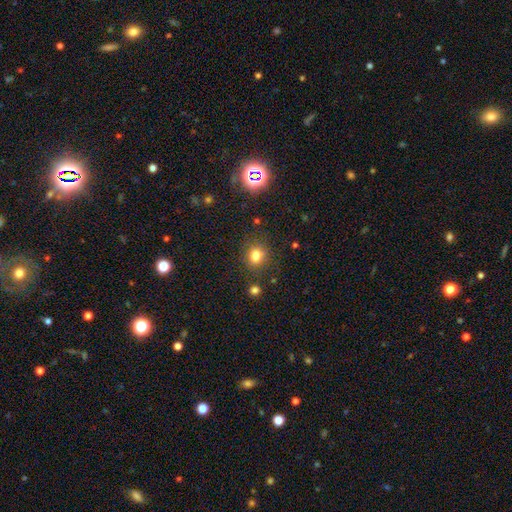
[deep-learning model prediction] smooth_or_featured: smooth (p=0.78) [alt: star or artifact p=0.16]
how_rounded: round (p=0.73) [alt: in between p=0.26]
merging: none (p=0.83) [alt: minor disturbance p=0.10]